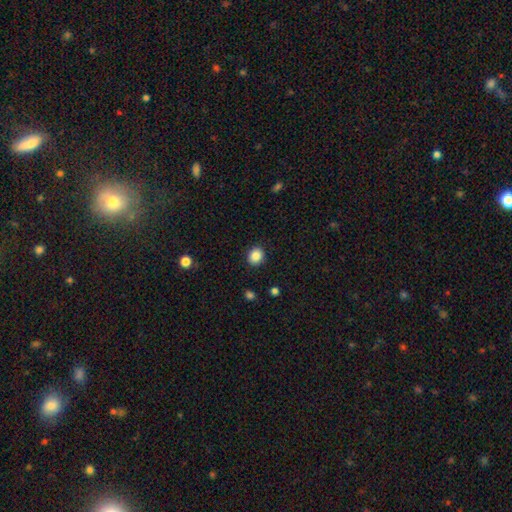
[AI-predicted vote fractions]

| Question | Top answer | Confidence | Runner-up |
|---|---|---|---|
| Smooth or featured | smooth | 86% | star or artifact (10%) |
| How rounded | round | 73% | in between (26%) |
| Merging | none | 90% | minor disturbance (7%) |